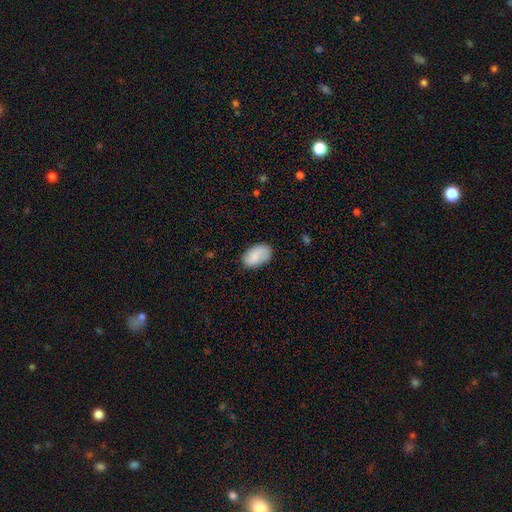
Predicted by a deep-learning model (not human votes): The model was most divided on "merging": none: 78%, minor disturbance: 17%, major disturbance: 4%, merger: 1%. More confident: how rounded — in between (92%); smooth or featured — smooth (78%).